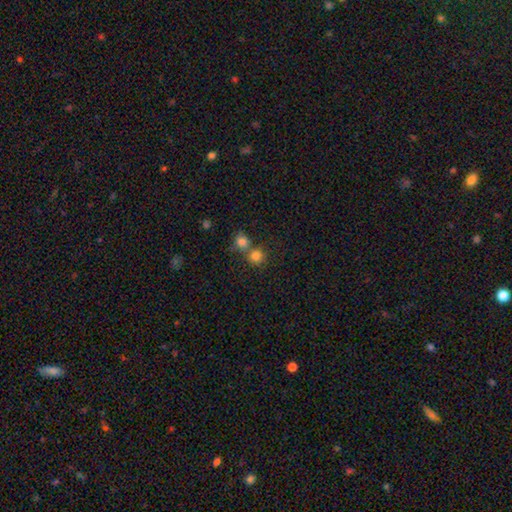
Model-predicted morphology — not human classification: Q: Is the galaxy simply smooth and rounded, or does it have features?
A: smooth — 80%.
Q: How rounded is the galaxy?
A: round — 87%.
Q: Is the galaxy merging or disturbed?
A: none — 53%.